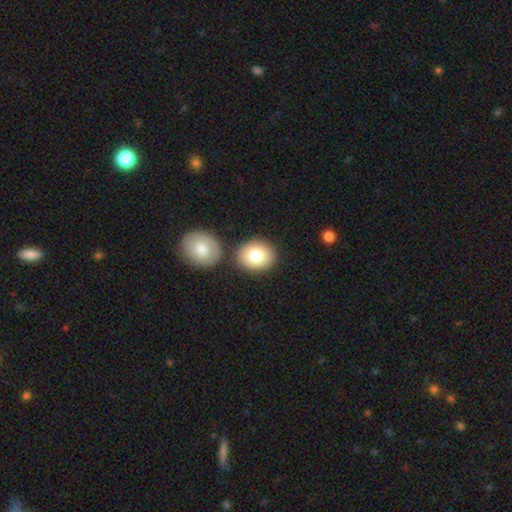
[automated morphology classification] A smooth galaxy with no disk features (81%) that is round (59%).

Vote fractions:
- Smooth or featured? smooth: 81% / featured or disk: 13% / star or artifact: 7%
- How rounded? round: 59% / in between: 40% / cigar-shaped: 1%
- Merging? none: 73% / merger: 14% / minor disturbance: 10% / major disturbance: 3%